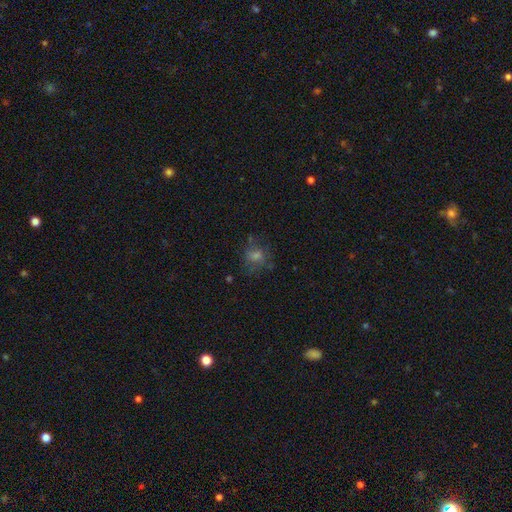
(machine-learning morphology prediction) A smooth galaxy with no disk features (47%). Merging: none (66%).